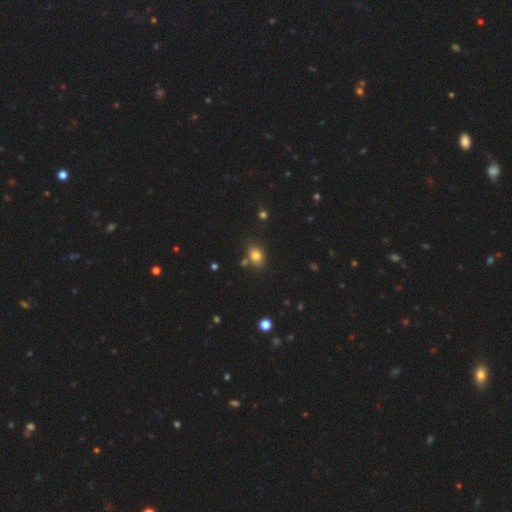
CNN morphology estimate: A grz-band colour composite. It shows a smooth galaxy with no disk features (77%) that is in between round and cigar-shaped (69%). Merging: none (71%).